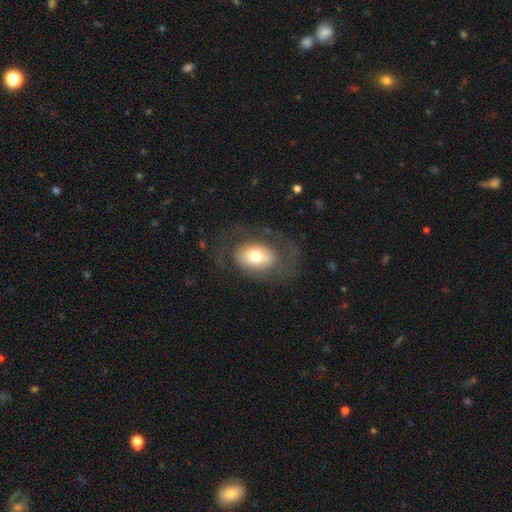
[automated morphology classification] This appears to be a smooth galaxy with no disk features (50%) that is in between round and cigar-shaped (75%). Merging: none (62%).